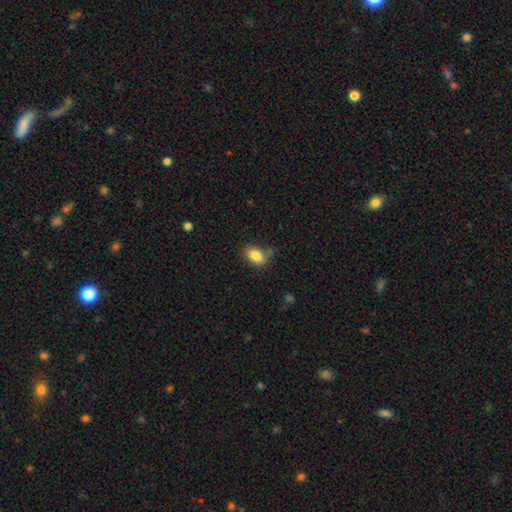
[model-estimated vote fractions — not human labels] This is clearly a smooth galaxy (85%). How rounded: clearly in between (87%). Merging: likely none (71%).